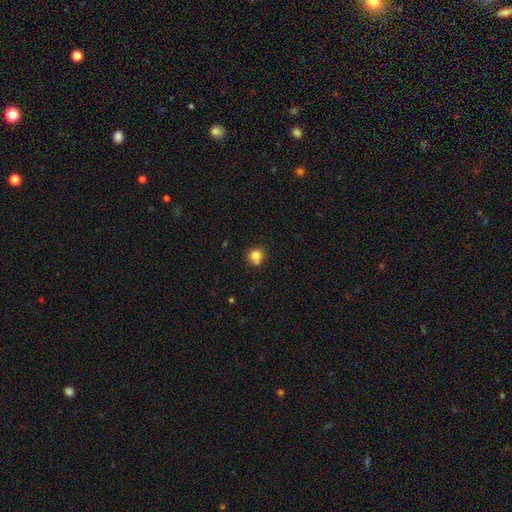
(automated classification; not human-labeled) This appears to be a smooth galaxy with no disk features (80%) that is round (87%). Merging: none (66%).